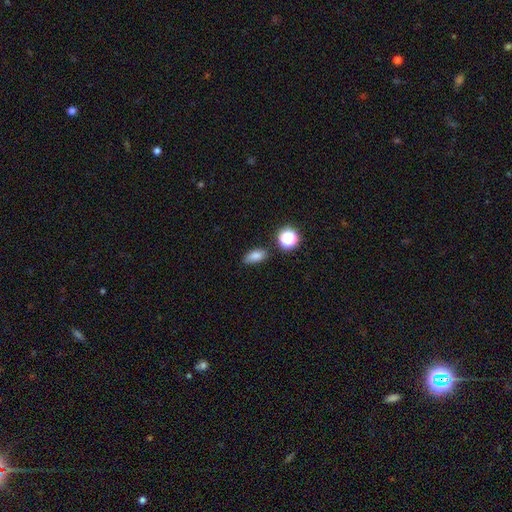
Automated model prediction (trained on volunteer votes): A smooth galaxy with no disk features (80%) that is in between round and cigar-shaped (81%).

Vote fractions:
- Smooth or featured? smooth: 80% / star or artifact: 14% / featured or disk: 7%
- How rounded? in between: 81% / round: 12% / cigar-shaped: 8%
- Merging? none: 75% / minor disturbance: 17% / merger: 4% / major disturbance: 4%